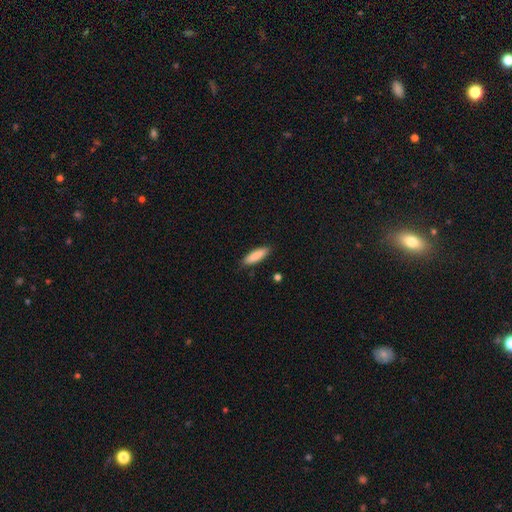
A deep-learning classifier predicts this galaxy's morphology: Smooth or featured: smooth — 87% (featured or disk — 7%)
How rounded: cigar-shaped — 57% (in between — 42%)
Merging: none — 87% (minor disturbance — 10%)